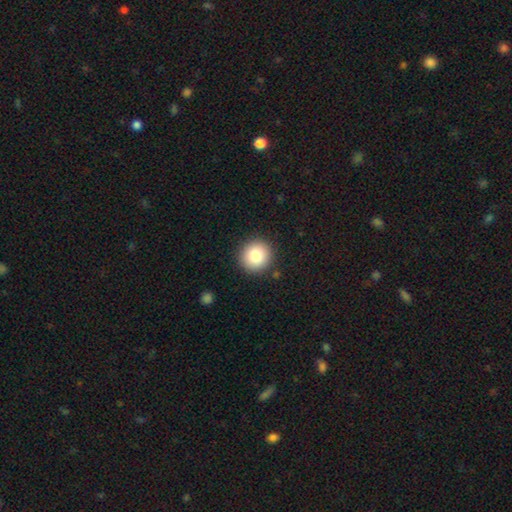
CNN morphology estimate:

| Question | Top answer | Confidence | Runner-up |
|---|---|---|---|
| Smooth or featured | smooth | 84% | star or artifact (9%) |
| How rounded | round | 93% | in between (6%) |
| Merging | none | 91% | minor disturbance (6%) |